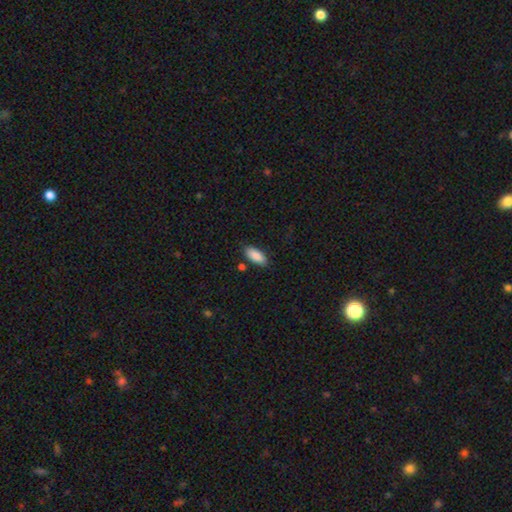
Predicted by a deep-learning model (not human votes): smooth 89%, star or artifact 6%, featured or disk 5%. Down the decision tree: how rounded — in between (85%); merging — none (83%).